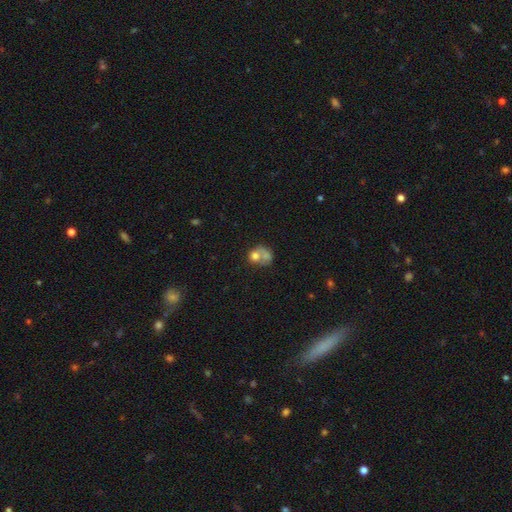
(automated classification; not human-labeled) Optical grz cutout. It shows a smooth galaxy with no disk features (64%) that is round (60%). Merging: merger (55%).